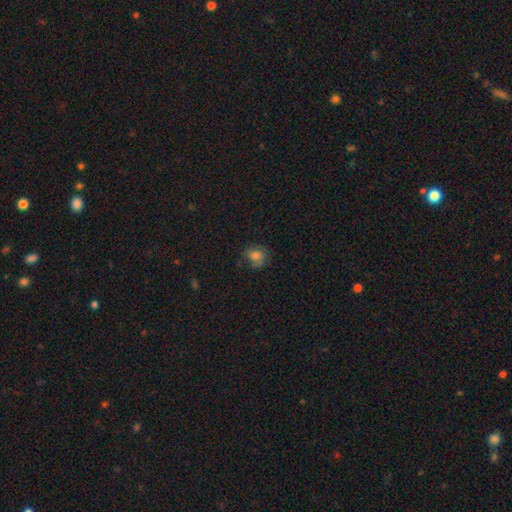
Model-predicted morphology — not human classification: smooth 76%, star or artifact 13%, featured or disk 11%. Down the decision tree: how rounded — round (66%); merging — none (68%).